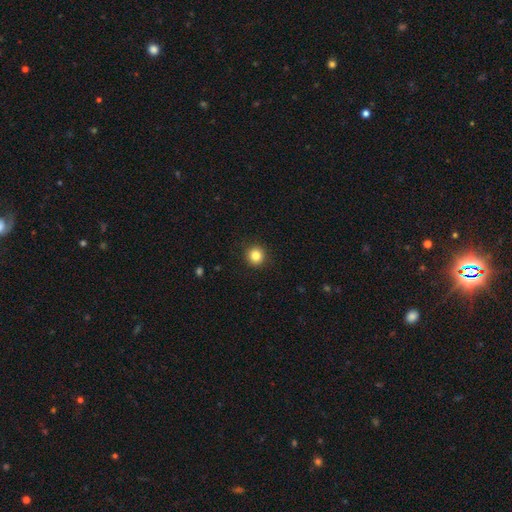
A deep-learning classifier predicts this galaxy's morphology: Smooth or featured? smooth (84%)
How rounded? round (94%)
Merging? none (92%)